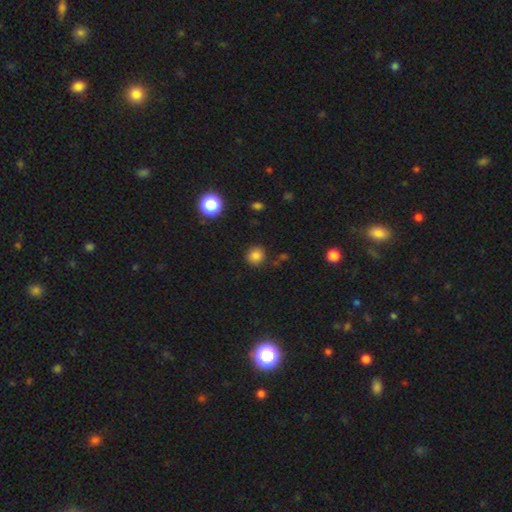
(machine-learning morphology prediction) The model was most divided on "smooth or featured": smooth: 82%, star or artifact: 13%, featured or disk: 5%. More confident: how rounded — round (91%); merging — none (86%).